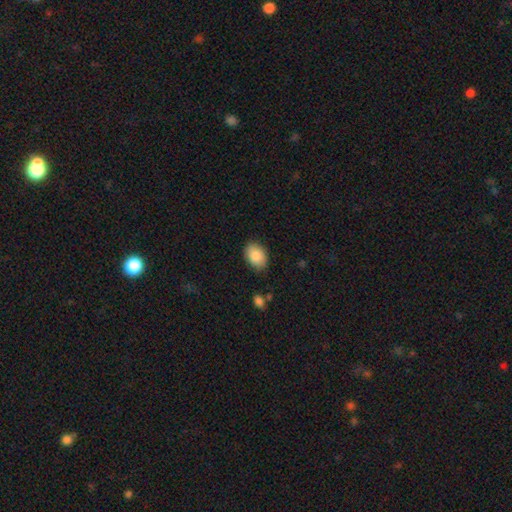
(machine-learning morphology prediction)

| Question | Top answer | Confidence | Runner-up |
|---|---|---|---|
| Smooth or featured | smooth | 86% | featured or disk (7%) |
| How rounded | in between | 82% | round (17%) |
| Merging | none | 85% | minor disturbance (11%) |